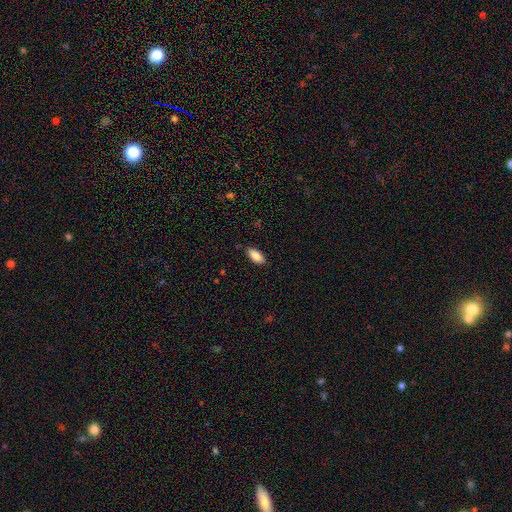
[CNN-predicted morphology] Overall: smooth (87%). How rounded: in between (88%). Merging: none (85%).